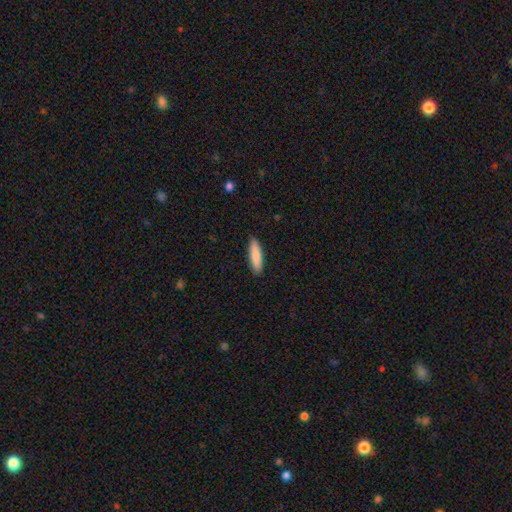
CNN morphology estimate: type=smooth (86%); roundness=cigar-shaped (67%); merging=none (89%).